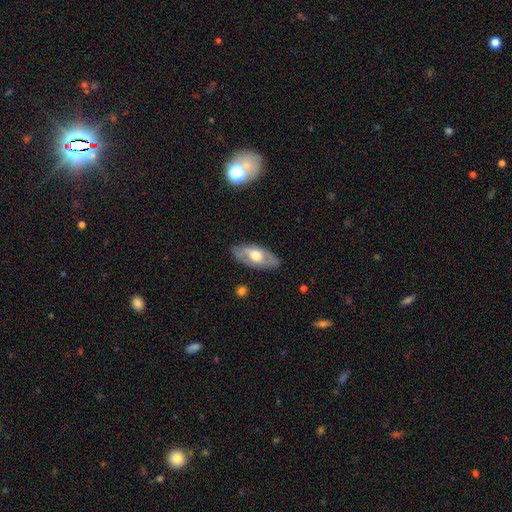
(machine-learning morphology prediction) The model was most divided on "smooth or featured": featured or disk: 53%, smooth: 41%, star or artifact: 6%. More confident: merging — none (82%); edge-on disk — no (79%).